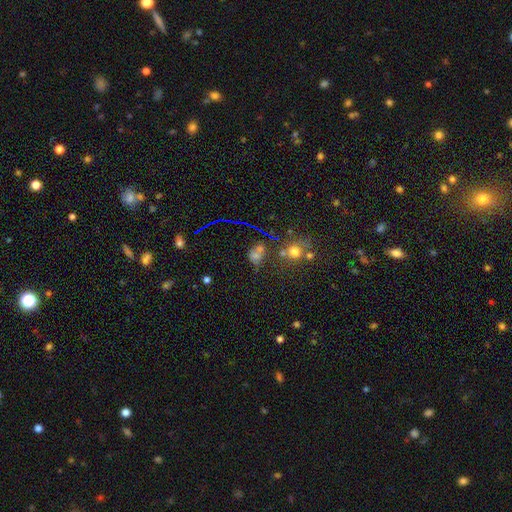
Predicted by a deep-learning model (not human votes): Overall: smooth (54%; star or artifact 30%). How rounded: round (57%; in between 41%). Merging: none (43%; merger 31%).